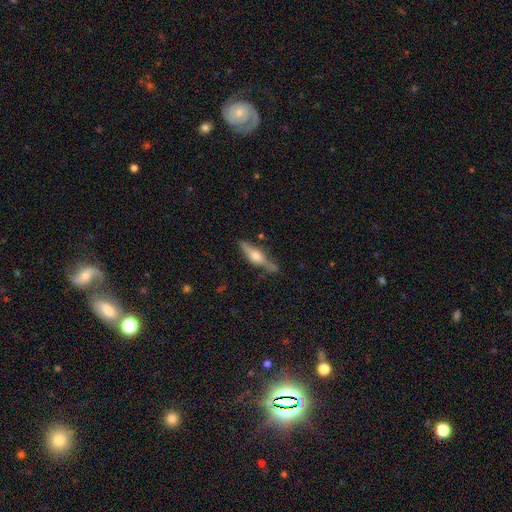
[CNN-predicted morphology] Overall: featured or disk (66%; smooth 28%). Edge-on disk: yes (94%). Edge-on bulge: rounded (90%). Merging: none (77%).